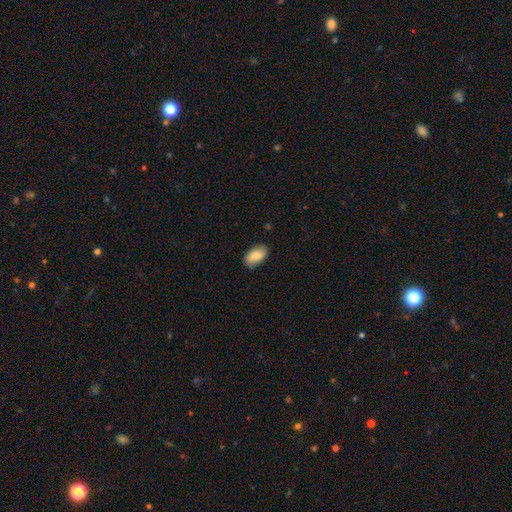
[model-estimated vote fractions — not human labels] Smooth or featured? smooth (84%)
How rounded? in between (94%)
Merging? none (83%)